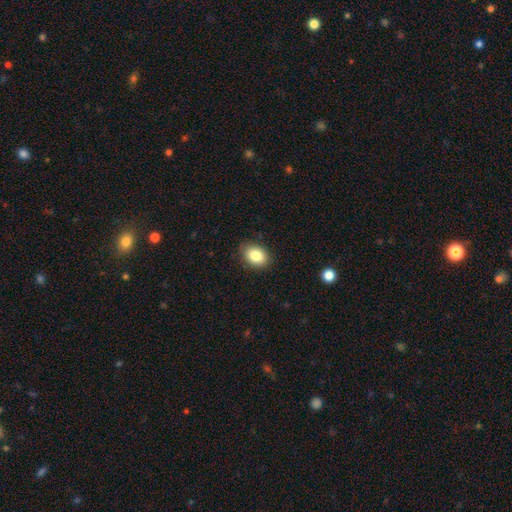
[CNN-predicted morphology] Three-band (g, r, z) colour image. It shows a smooth galaxy with no disk features (84%) that is in between round and cigar-shaped (73%). Merging: none (86%).